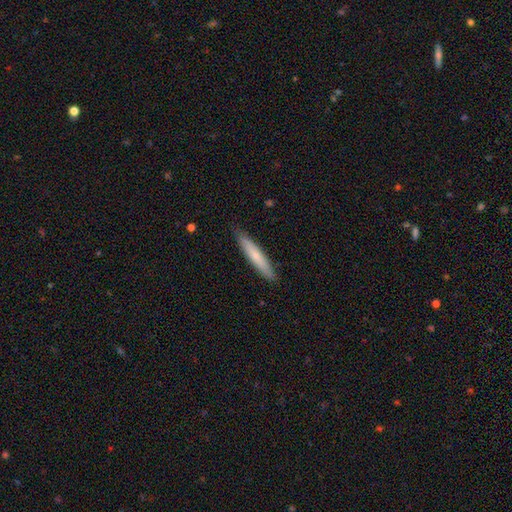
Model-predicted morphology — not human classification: A smooth galaxy with no disk features (67%) that is cigar-shaped (92%).

Vote fractions:
- Smooth or featured? smooth: 67% / featured or disk: 27% / star or artifact: 5%
- How rounded? cigar-shaped: 92% / in between: 7% / round: 1%
- Merging? none: 89% / minor disturbance: 9% / major disturbance: 1% / merger: 1%